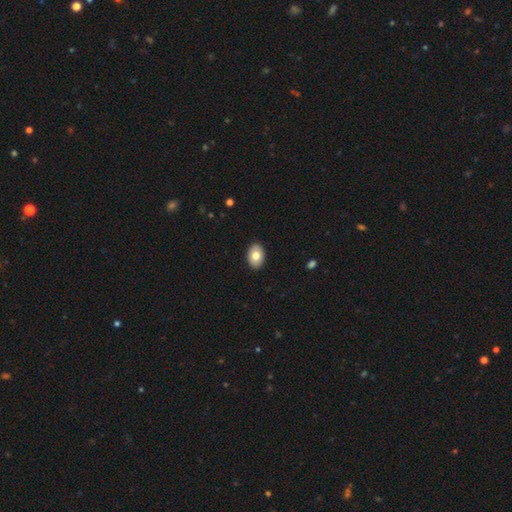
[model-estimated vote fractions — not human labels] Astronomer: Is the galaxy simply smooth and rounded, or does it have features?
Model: smooth — 78%.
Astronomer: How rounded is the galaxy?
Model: in between — 85%.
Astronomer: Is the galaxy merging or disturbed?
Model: none — 91%.